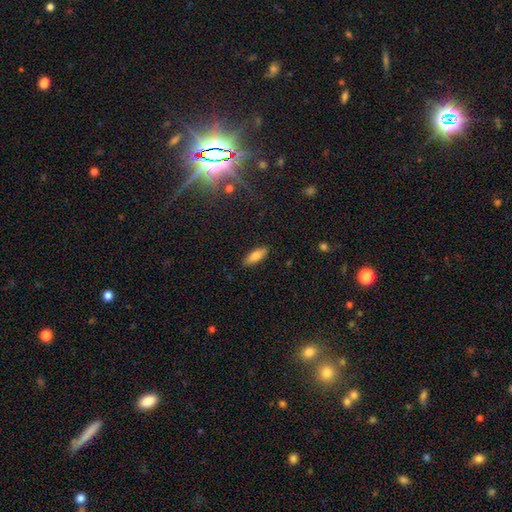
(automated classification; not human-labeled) Morphology: type=smooth (78%); roundness=in between (62%); merging=none (88%).